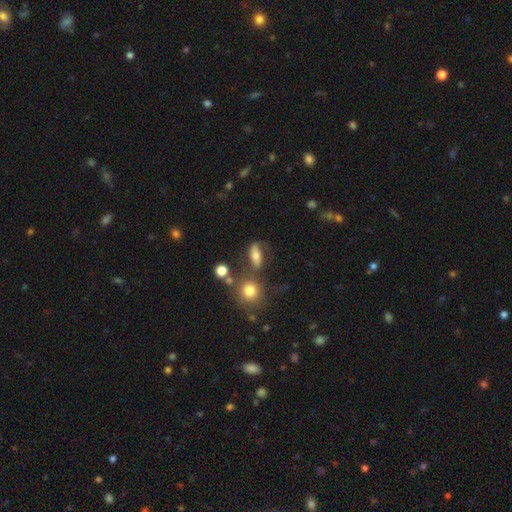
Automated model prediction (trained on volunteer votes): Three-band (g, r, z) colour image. It shows a smooth galaxy with no disk features (63%) that is in between round and cigar-shaped (64%). Merging: none (57%).